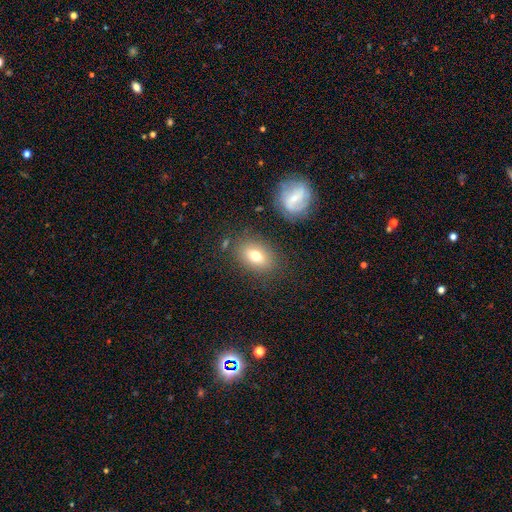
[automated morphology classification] A smooth galaxy with no disk features (73%) that is in between round and cigar-shaped (78%). Merging: none (79%).